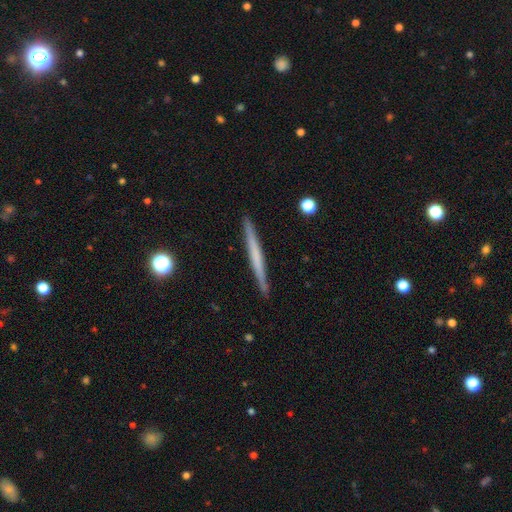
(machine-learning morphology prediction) Smooth or featured?
  - featured or disk: 50% *
  - smooth: 45%
  - star or artifact: 6%
Merging?
  - none: 91% *
  - minor disturbance: 6%
  - major disturbance: 1%
  - merger: 1%